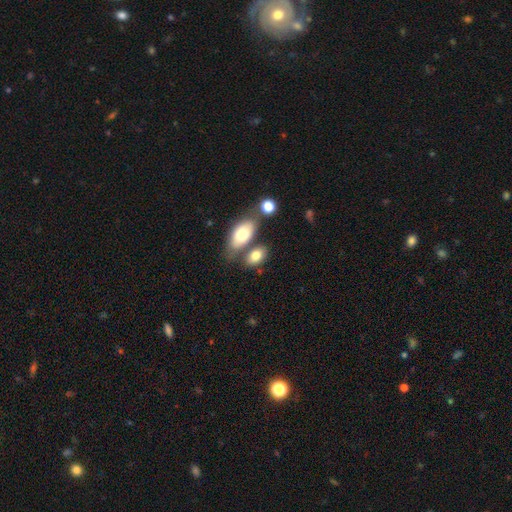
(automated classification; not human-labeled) This appears to be a smooth galaxy with no disk features (78%) that is in between round and cigar-shaped (89%). Merging: none (53%).